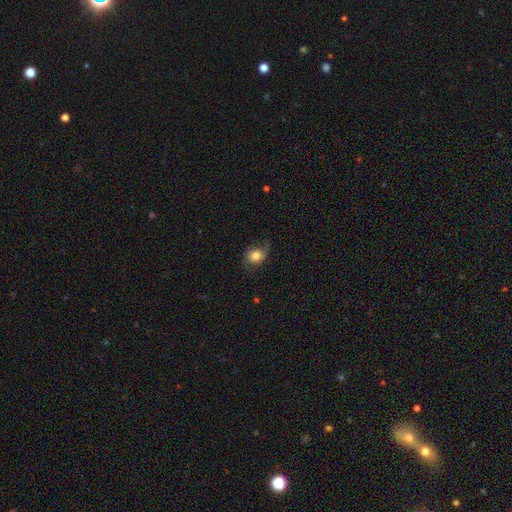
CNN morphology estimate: Smooth or featured?
  - smooth: 60% *
  - featured or disk: 31%
  - star or artifact: 9%
How rounded?
  - round: 59% *
  - in between: 40%
  - cigar-shaped: 1%
Merging?
  - none: 57% *
  - minor disturbance: 26%
  - major disturbance: 15%
  - merger: 1%